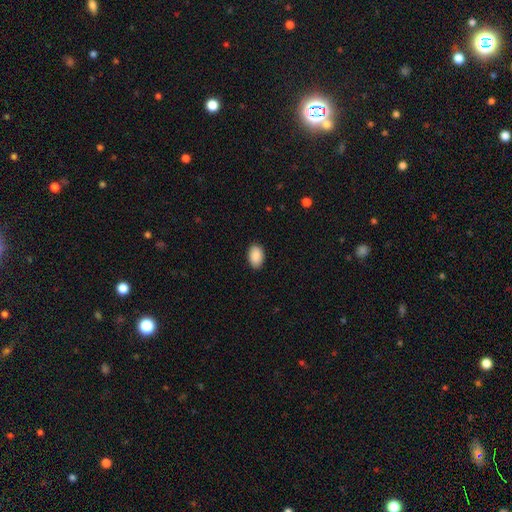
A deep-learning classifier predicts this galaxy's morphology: smooth 91%, star or artifact 7%, featured or disk 3%. Down the decision tree: how rounded — in between (90%); merging — none (89%).